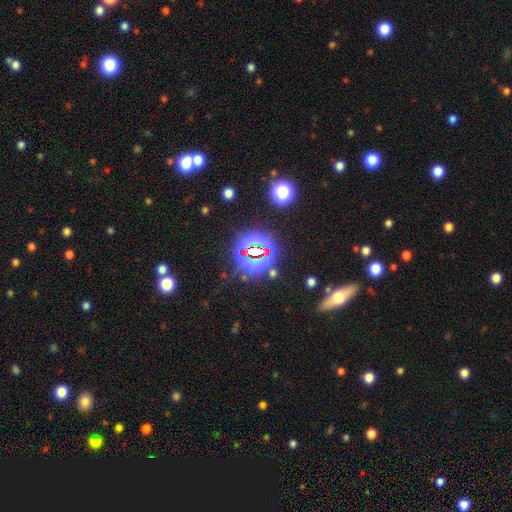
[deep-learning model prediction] Smooth or featured? star or artifact (74%)